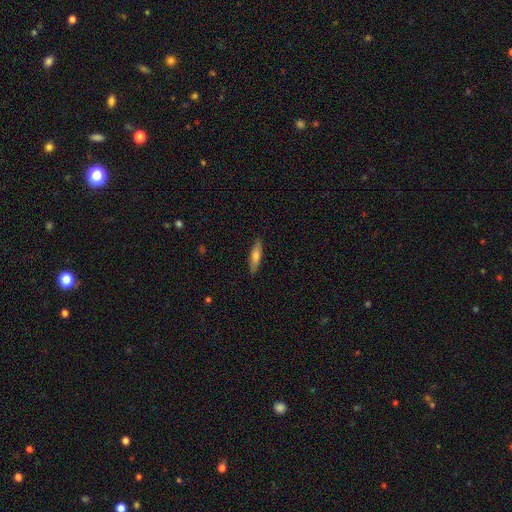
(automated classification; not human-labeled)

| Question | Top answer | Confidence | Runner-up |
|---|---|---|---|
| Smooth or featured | smooth | 67% | featured or disk (27%) |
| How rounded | cigar-shaped | 65% | in between (33%) |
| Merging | none | 86% | minor disturbance (11%) |